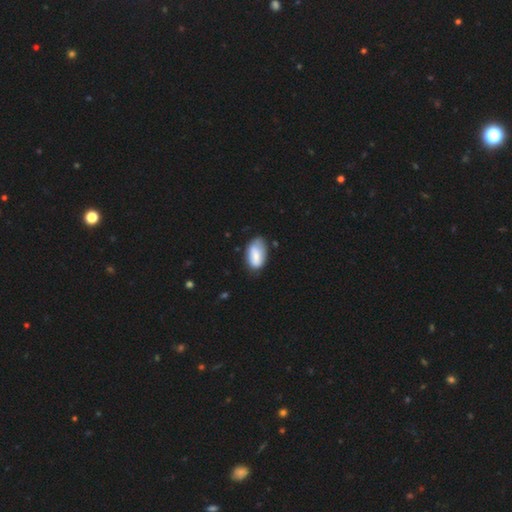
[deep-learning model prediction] Smooth or featured: smooth — 73% (featured or disk — 21%)
How rounded: in between — 94% (round — 4%)
Merging: none — 60% (minor disturbance — 30%)